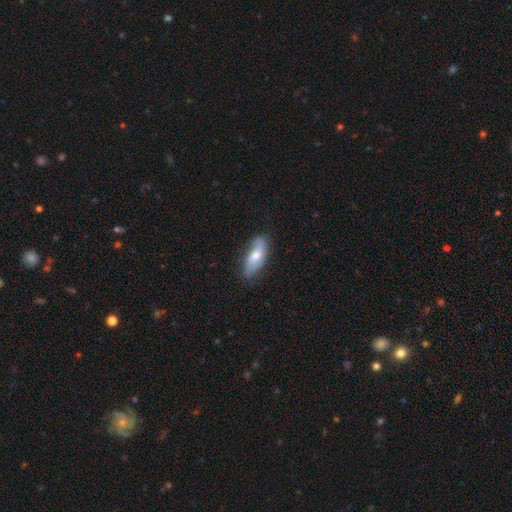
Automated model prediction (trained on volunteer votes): Q: Smooth or featured?
A: smooth (54%); runner-up: featured or disk (40%)
Q: How rounded?
A: in between (80%); runner-up: cigar-shaped (17%)
Q: Merging?
A: none (68%); runner-up: minor disturbance (24%)